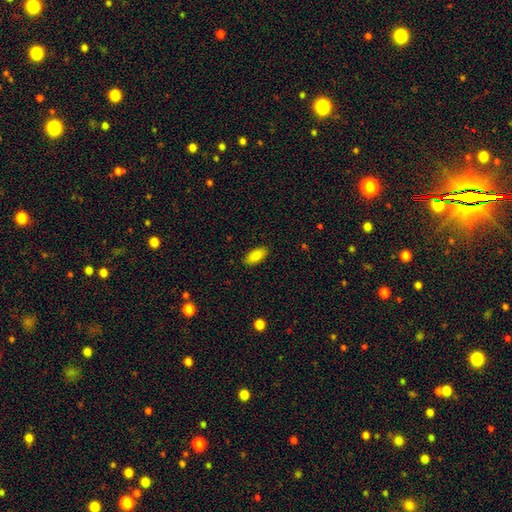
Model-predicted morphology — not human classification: This appears to be a smooth galaxy with no disk features (88%) that is in between round and cigar-shaped (89%). Merging: none (88%).